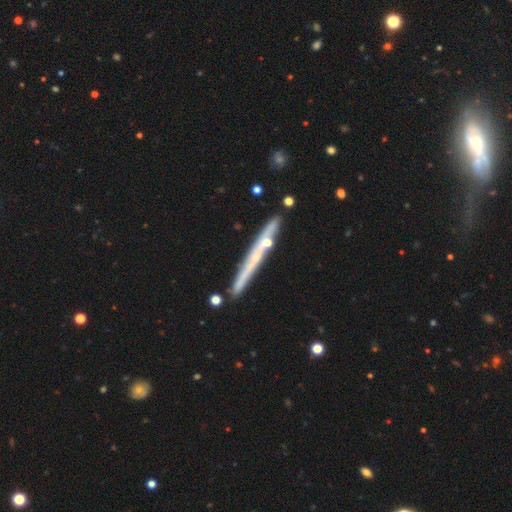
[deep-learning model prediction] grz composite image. It shows a featured or disk galaxy (63%) viewed edge-on (94%) with no central bulge (64%). Merging: none (81%).